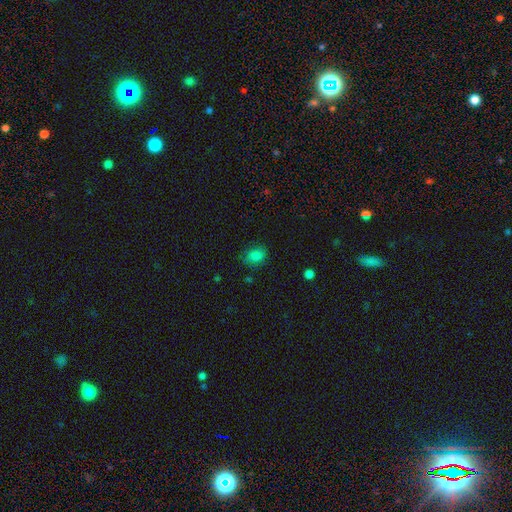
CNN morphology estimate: smooth_or_featured: smooth (p=0.83) [alt: star or artifact p=0.12]
how_rounded: in between (p=0.66) [alt: round p=0.32]
merging: none (p=0.73) [alt: minor disturbance p=0.20]